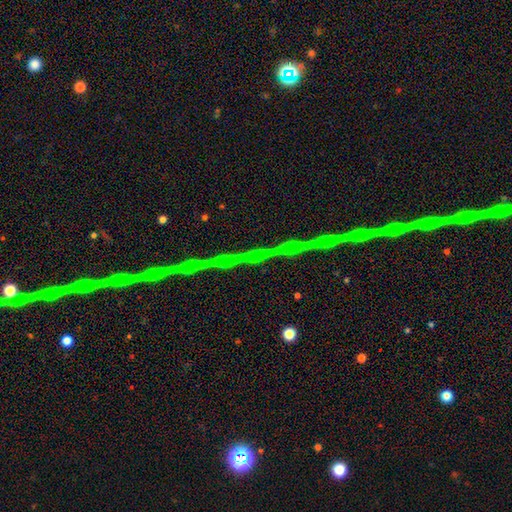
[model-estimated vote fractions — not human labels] A star or artifact, not a galaxy (75%).